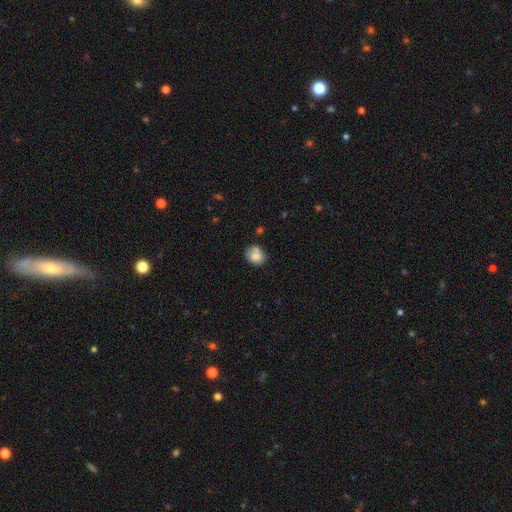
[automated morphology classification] Smooth or featured?
  - smooth: 76% *
  - featured or disk: 15%
  - star or artifact: 9%
How rounded?
  - round: 61% *
  - in between: 38%
  - cigar-shaped: 1%
Merging?
  - none: 50% *
  - minor disturbance: 24%
  - merger: 18%
  - major disturbance: 7%